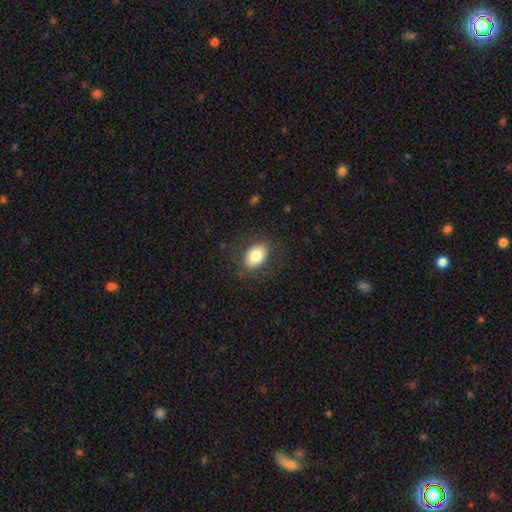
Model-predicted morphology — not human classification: smooth_or_featured: smooth (p=0.80) [alt: featured or disk p=0.12]
how_rounded: in between (p=0.80) [alt: round p=0.19]
merging: none (p=0.81) [alt: minor disturbance p=0.12]